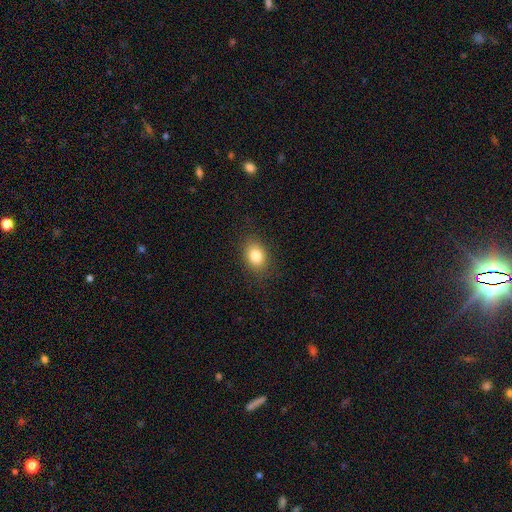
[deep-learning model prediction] Smooth or featured? Predicted: smooth (p=0.83). How rounded? Predicted: in between (p=0.71). Merging? Predicted: none (p=0.86).